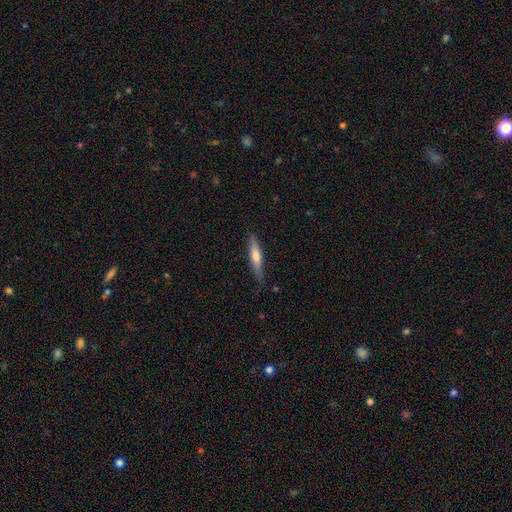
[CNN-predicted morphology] Smooth or featured?
  - smooth: 51% *
  - featured or disk: 44%
  - star or artifact: 5%
How rounded?
  - cigar-shaped: 87% *
  - in between: 11%
  - round: 2%
Merging?
  - none: 81% *
  - minor disturbance: 15%
  - major disturbance: 3%
  - merger: 1%